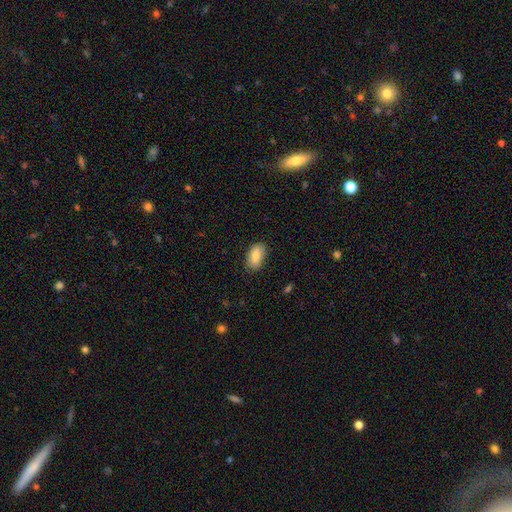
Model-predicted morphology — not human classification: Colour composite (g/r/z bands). It shows a smooth galaxy with no disk features (83%) that is in between round and cigar-shaped (92%). Merging: none (82%).